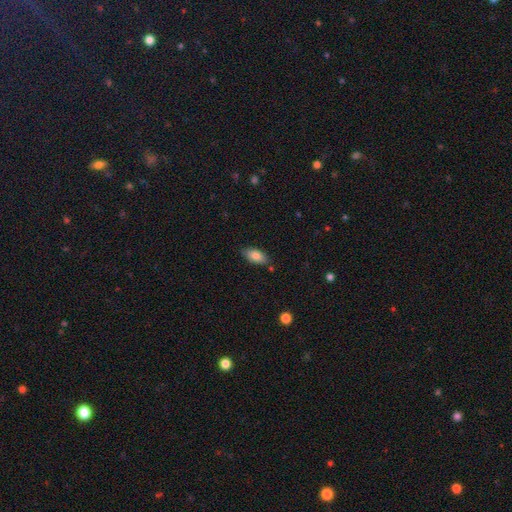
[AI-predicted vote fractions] This appears to be a smooth galaxy with no disk features (82%) that is in between round and cigar-shaped (91%). Merging: none (78%).